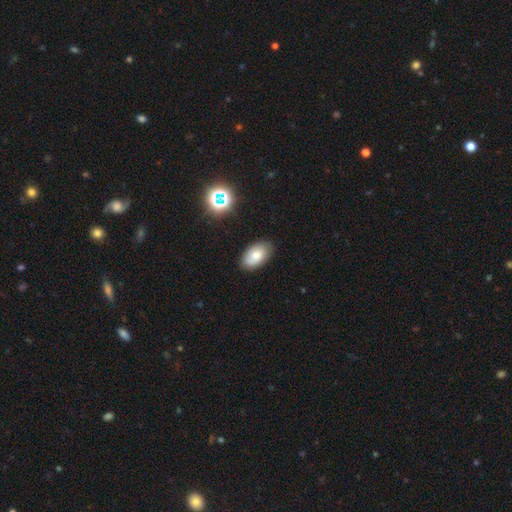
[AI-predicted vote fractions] This appears to be a smooth galaxy with no disk features (75%) that is in between round and cigar-shaped (93%). Merging: none (83%).